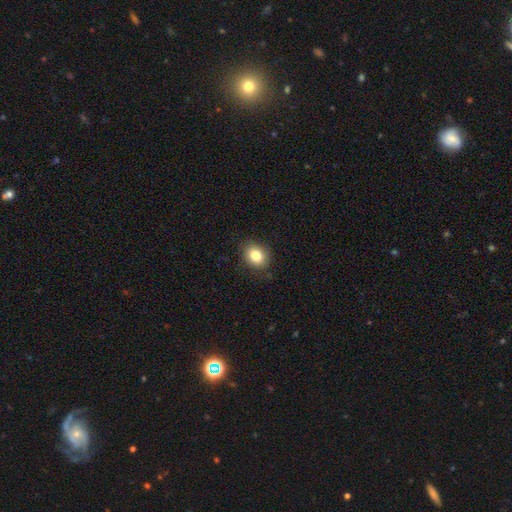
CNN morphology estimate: The model was most divided on "how rounded": round: 54%, in between: 45%, cigar-shaped: 1%. More confident: merging — none (84%); smooth or featured — smooth (82%).